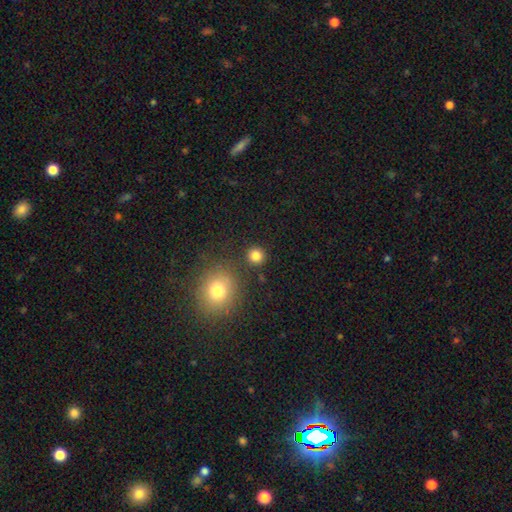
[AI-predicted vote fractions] Q: Smooth or featured?
A: smooth (82%); runner-up: star or artifact (13%)
Q: How rounded?
A: round (92%); runner-up: in between (7%)
Q: Merging?
A: none (87%); runner-up: minor disturbance (6%)